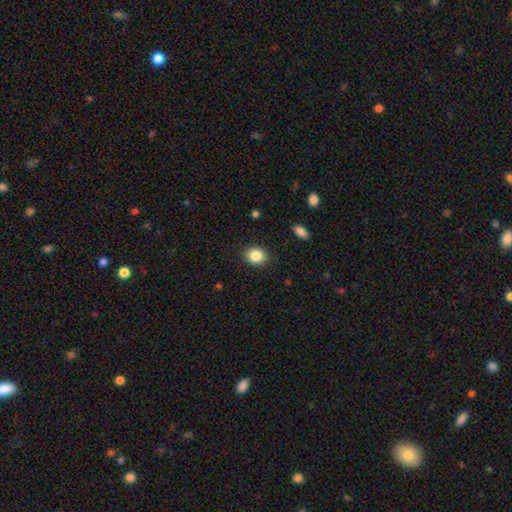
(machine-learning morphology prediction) A smooth galaxy with no disk features (85%) that is round (63%). Merging: none (88%).